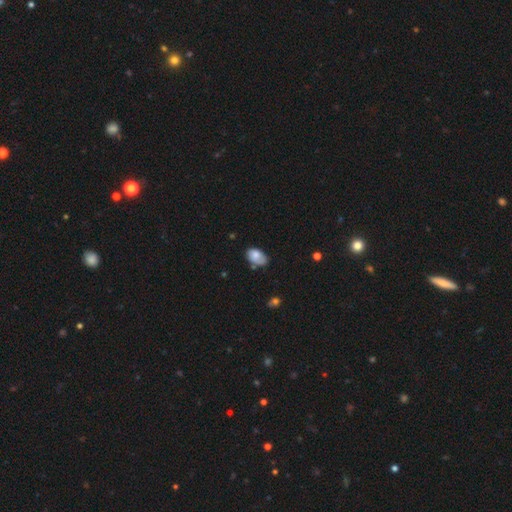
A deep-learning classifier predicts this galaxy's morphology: A smooth galaxy with no disk features (73%) that is in between round and cigar-shaped (89%).

Vote fractions:
- Smooth or featured? smooth: 73% / featured or disk: 19% / star or artifact: 8%
- How rounded? in between: 89% / round: 10% / cigar-shaped: 1%
- Merging? none: 47% / minor disturbance: 36% / major disturbance: 11% / merger: 6%